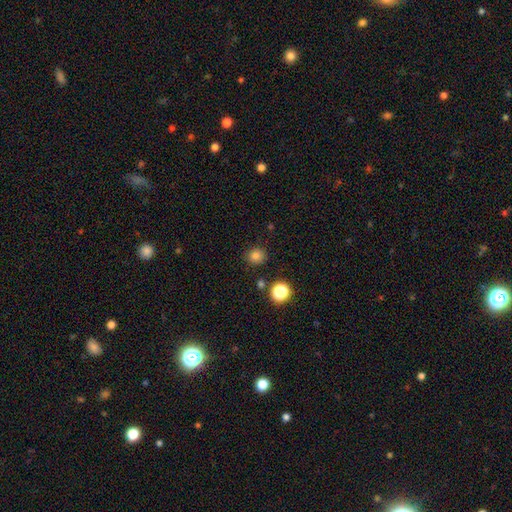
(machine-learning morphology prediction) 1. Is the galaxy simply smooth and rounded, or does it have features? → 80% smooth, 15% star or artifact, 5% featured or disk.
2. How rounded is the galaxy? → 88% round, 11% in between, 1% cigar-shaped.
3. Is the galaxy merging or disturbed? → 88% none, 8% minor disturbance, 3% merger, 2% major disturbance.